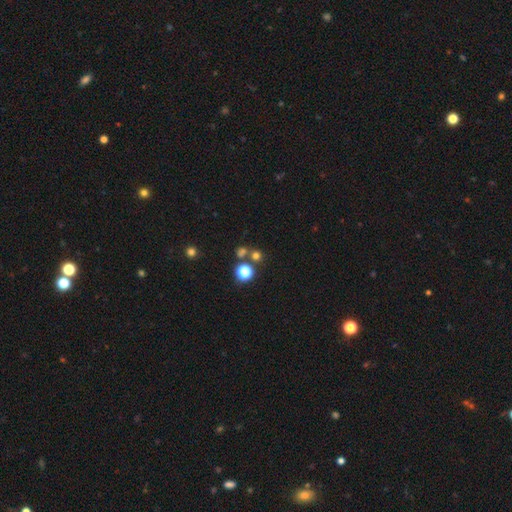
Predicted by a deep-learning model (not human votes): Smooth or featured? smooth (64%)
How rounded? round (89%)
Merging? none (68%)